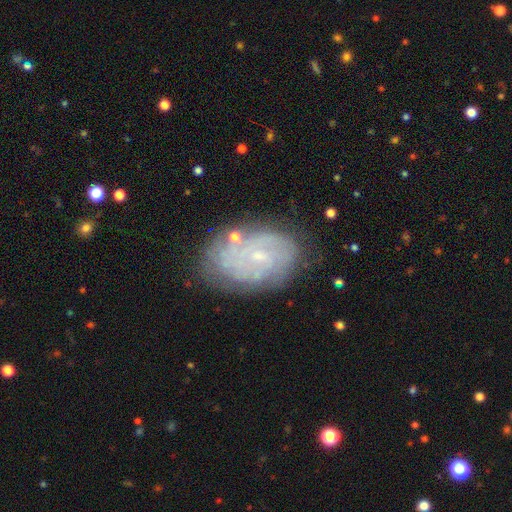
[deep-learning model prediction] Smooth or featured: featured or disk — 70% (smooth — 21%)
Edge-on disk: no — 97% (yes — 3%)
Bar: no — 66% (weak — 29%)
Spiral arms: yes — 76% (no — 24%)
Spiral winding: tight — 62% (medium — 27%)
Spiral arm count: can't tell — 55% (2 — 18%)
Bulge size: small — 78% (moderate — 11%)
Merging: none — 69% (minor disturbance — 19%)